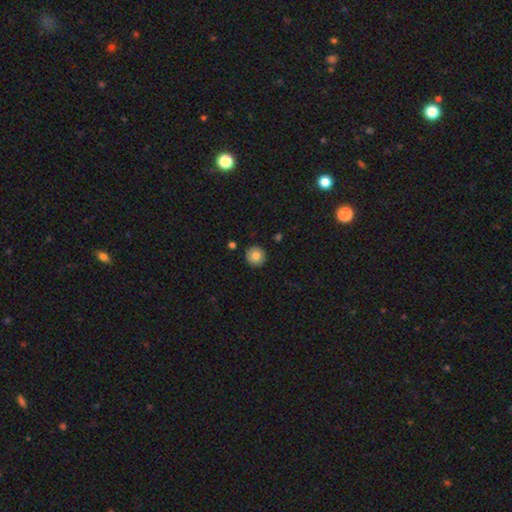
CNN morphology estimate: Q: Smooth or featured?
A: smooth (81%); runner-up: featured or disk (10%)
Q: How rounded?
A: round (95%); runner-up: in between (5%)
Q: Merging?
A: none (91%); runner-up: minor disturbance (6%)